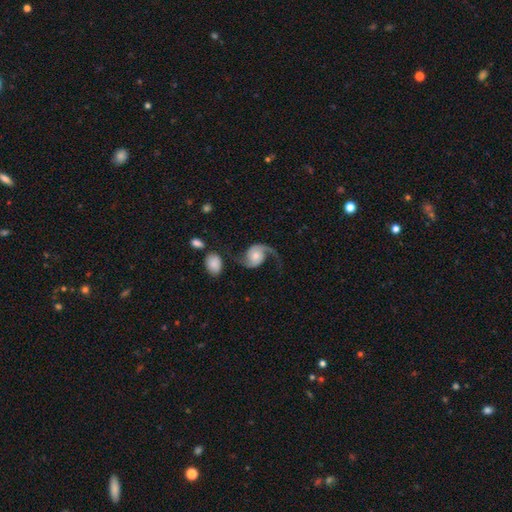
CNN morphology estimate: Smooth or featured: featured or disk — 87% (smooth — 8%)
Edge-on disk: no — 98% (yes — 2%)
Bar: no — 71% (weak — 23%)
Spiral arms: yes — 97% (no — 3%)
Spiral winding: loose — 65% (medium — 28%)
Spiral arm count: 2 — 84% (1 — 12%)
Bulge size: moderate — 50% (small — 39%)
Merging: none — 57% (major disturbance — 19%)